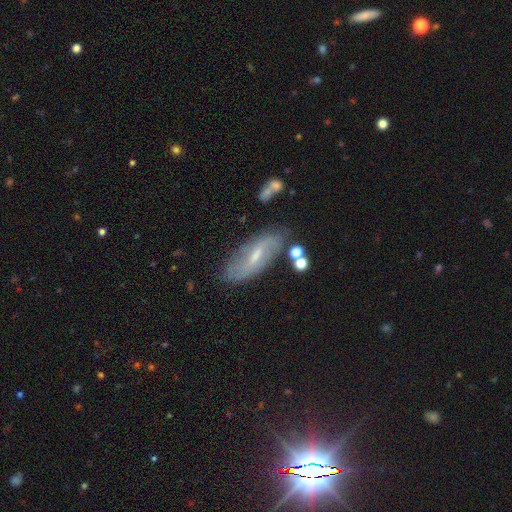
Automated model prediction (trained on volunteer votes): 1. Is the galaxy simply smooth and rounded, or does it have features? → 60% featured or disk, 31% smooth, 9% star or artifact.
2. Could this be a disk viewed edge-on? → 82% no, 18% yes.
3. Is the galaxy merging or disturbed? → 70% none, 19% minor disturbance, 6% major disturbance, 5% merger.